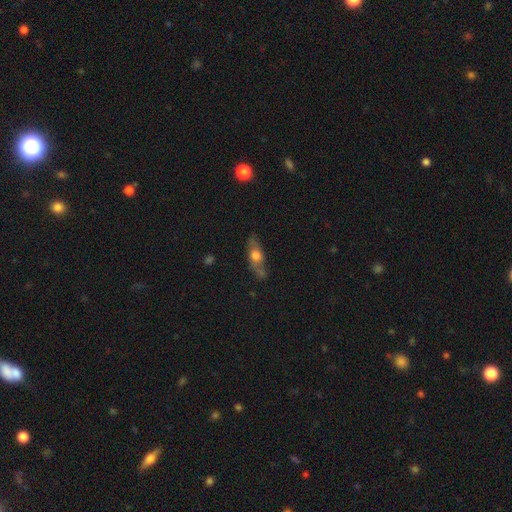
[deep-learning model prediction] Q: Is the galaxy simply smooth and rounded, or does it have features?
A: smooth — 49%.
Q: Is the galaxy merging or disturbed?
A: none — 68%.